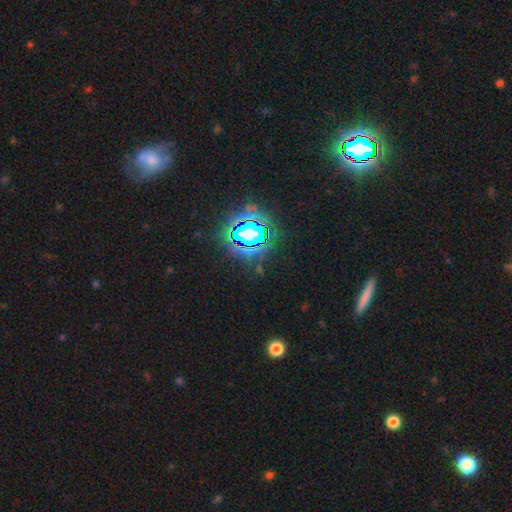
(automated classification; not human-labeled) Overall: star or artifact (77%).